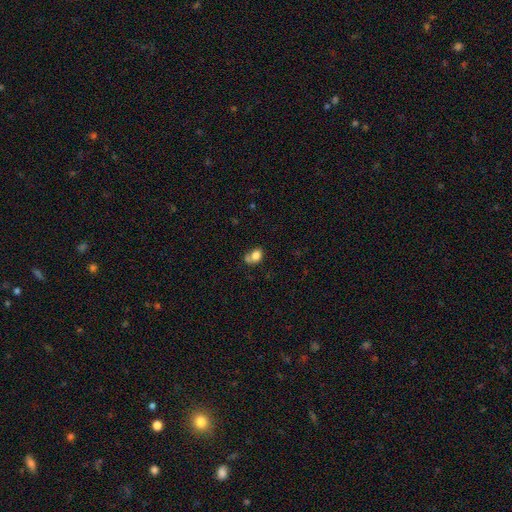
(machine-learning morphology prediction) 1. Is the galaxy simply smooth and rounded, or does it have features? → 78% smooth, 12% featured or disk, 10% star or artifact.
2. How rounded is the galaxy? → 63% in between, 36% round, 1% cigar-shaped.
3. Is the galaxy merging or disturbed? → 40% none, 31% merger, 20% minor disturbance, 10% major disturbance.